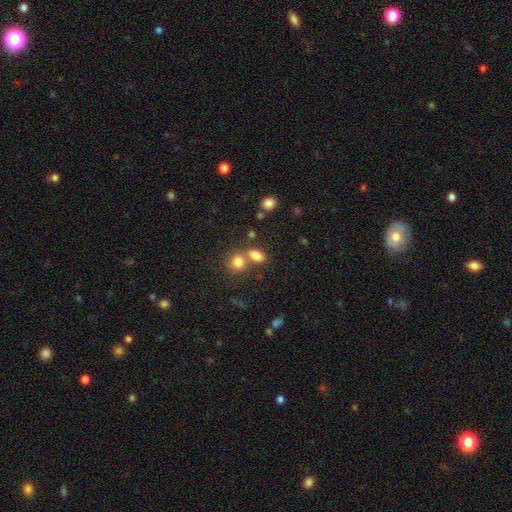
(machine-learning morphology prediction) Smooth or featured? Predicted: smooth (p=0.81). How rounded? Predicted: in between (p=0.79). Merging? Predicted: none (p=0.46).